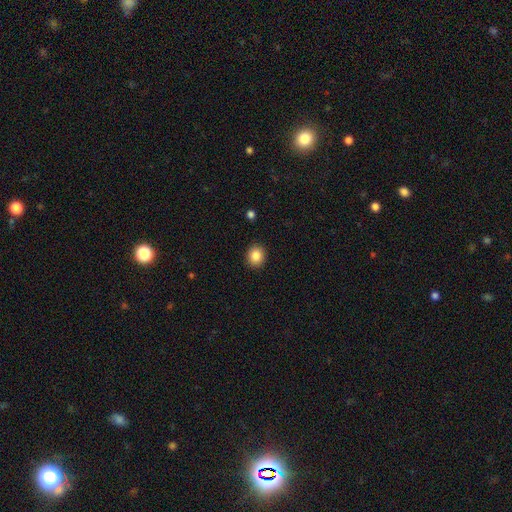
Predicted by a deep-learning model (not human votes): Smooth or featured?
  - smooth: 85% *
  - star or artifact: 9%
  - featured or disk: 5%
How rounded?
  - round: 78% *
  - in between: 21%
  - cigar-shaped: 1%
Merging?
  - none: 91% *
  - minor disturbance: 6%
  - major disturbance: 2%
  - merger: 1%